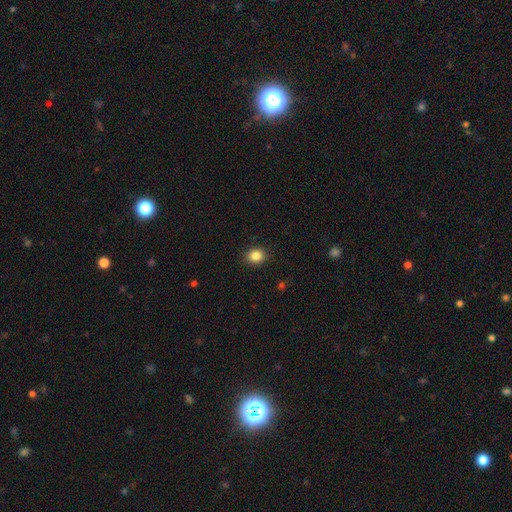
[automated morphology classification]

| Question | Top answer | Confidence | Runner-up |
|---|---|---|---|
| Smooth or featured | smooth | 85% | star or artifact (10%) |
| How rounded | round | 65% | in between (34%) |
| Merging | none | 89% | minor disturbance (8%) |